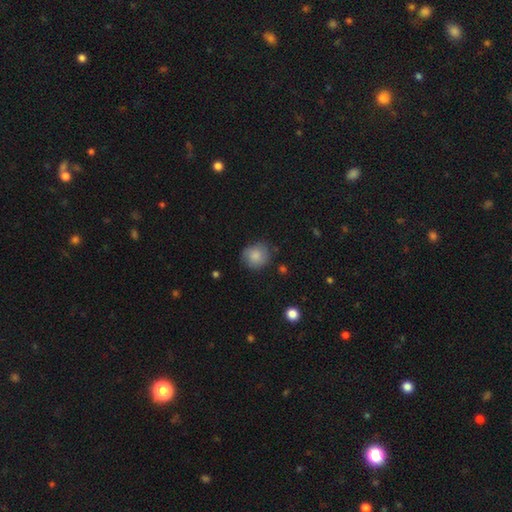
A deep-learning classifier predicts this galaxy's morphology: Smooth or featured: smooth — 83% (featured or disk — 9%)
How rounded: round — 85% (in between — 14%)
Merging: none — 76% (minor disturbance — 18%)